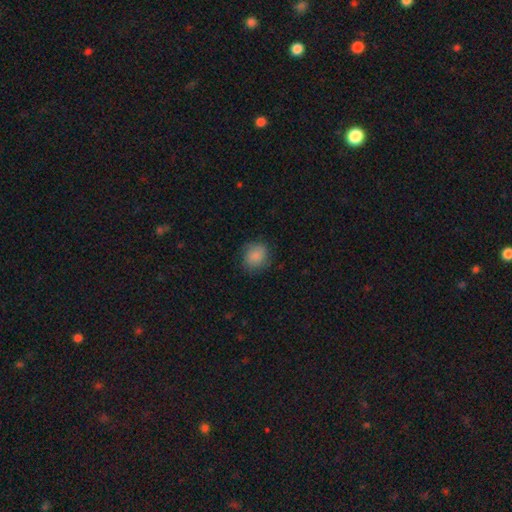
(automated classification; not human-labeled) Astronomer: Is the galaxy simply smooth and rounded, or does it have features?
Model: smooth — 83%.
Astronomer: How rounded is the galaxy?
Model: round — 70%.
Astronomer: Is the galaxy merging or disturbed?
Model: none — 75%.